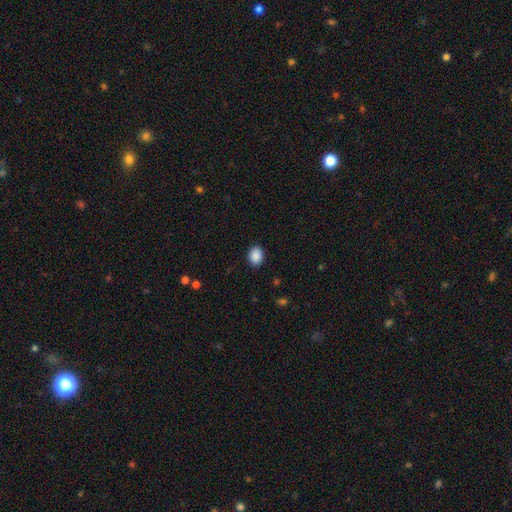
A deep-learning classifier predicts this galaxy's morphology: A smooth galaxy with no disk features (89%) that is in between round and cigar-shaped (58%).

Vote fractions:
- Smooth or featured? smooth: 89% / star or artifact: 8% / featured or disk: 3%
- How rounded? in between: 58% / round: 41% / cigar-shaped: 1%
- Merging? none: 89% / minor disturbance: 8% / major disturbance: 2% / merger: 1%